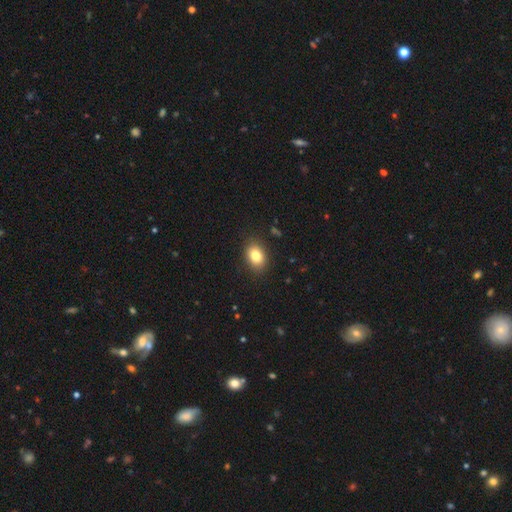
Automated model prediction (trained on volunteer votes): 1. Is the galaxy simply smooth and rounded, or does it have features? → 82% smooth, 10% star or artifact, 8% featured or disk.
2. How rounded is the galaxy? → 72% in between, 27% round, 1% cigar-shaped.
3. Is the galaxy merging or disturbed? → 88% none, 9% minor disturbance, 2% major disturbance, 1% merger.